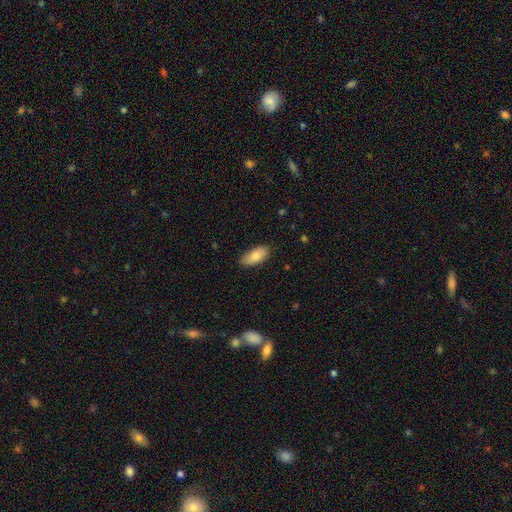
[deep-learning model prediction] smooth 83%, featured or disk 11%, star or artifact 6%. Down the decision tree: how rounded — in between (91%); merging — none (82%).